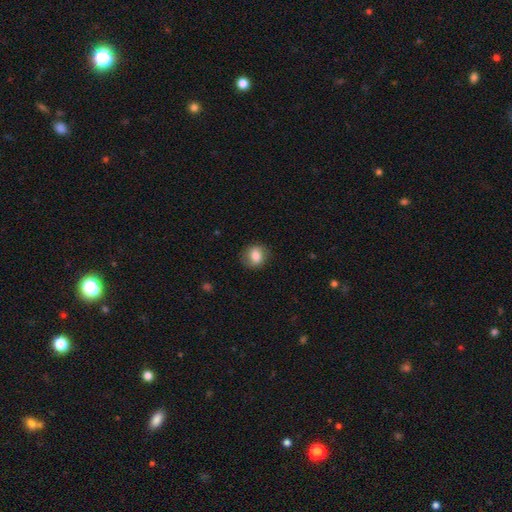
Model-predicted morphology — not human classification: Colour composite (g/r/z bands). It shows a smooth galaxy with no disk features (74%) that is round (65%). Merging: none (79%).